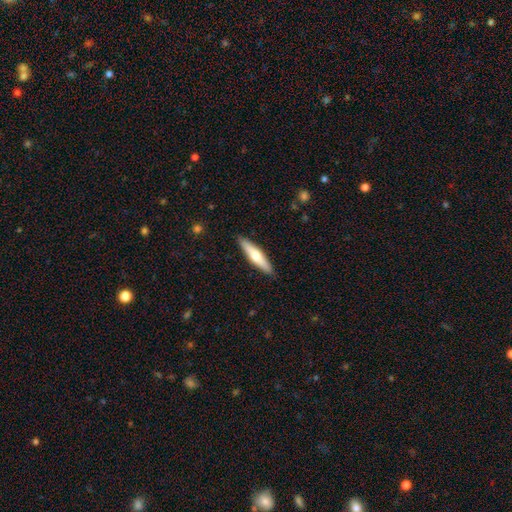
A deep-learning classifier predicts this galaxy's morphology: This is possibly a smooth galaxy (52%). How rounded: clearly cigar-shaped (82%). Merging: clearly none (90%).